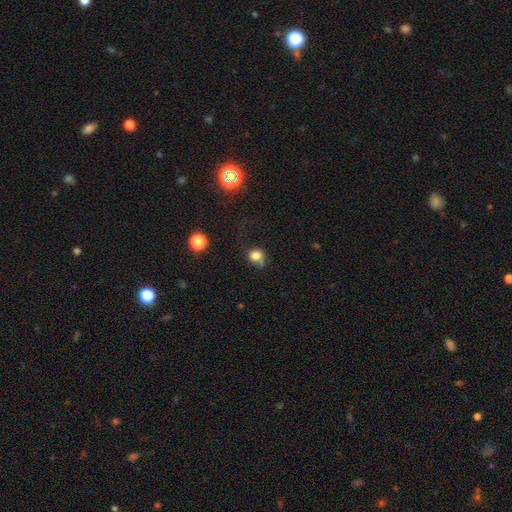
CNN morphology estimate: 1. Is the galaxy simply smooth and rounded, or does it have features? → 76% smooth, 14% star or artifact, 10% featured or disk.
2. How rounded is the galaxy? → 76% round, 23% in between, 1% cigar-shaped.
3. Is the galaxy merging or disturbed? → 50% none, 27% minor disturbance, 16% major disturbance, 7% merger.